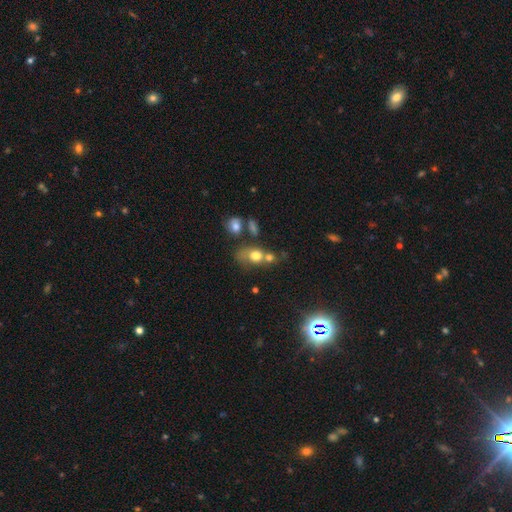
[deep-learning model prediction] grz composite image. It shows a smooth galaxy with no disk features (71%) that is in between round and cigar-shaped (50%). Merging: merger (43%).